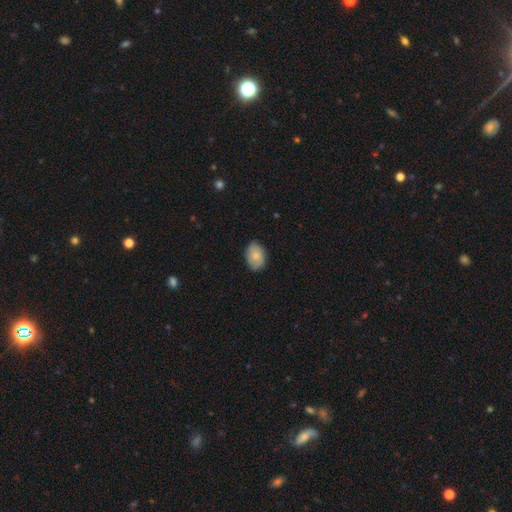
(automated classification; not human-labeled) This is likely a smooth galaxy (79%). How rounded: clearly in between (84%). Merging: likely none (79%).